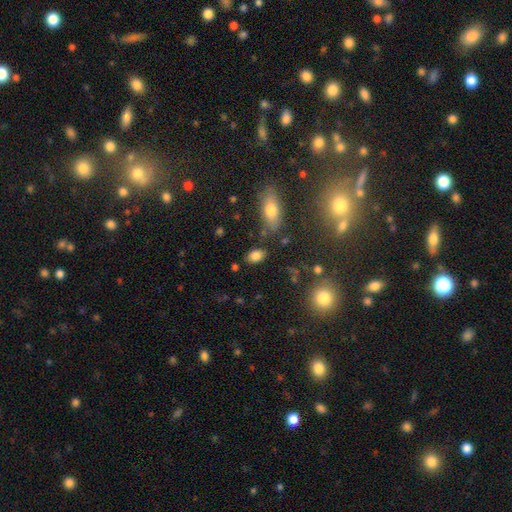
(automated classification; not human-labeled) smooth 82%, star or artifact 10%, featured or disk 8%. Down the decision tree: how rounded — in between (84%); merging — none (79%).